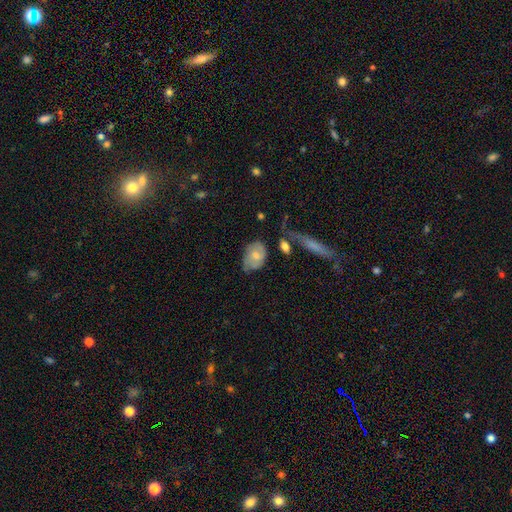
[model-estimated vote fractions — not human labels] A smooth galaxy with no disk features (61%) that is in between round and cigar-shaped (81%). Merging: none (51%).